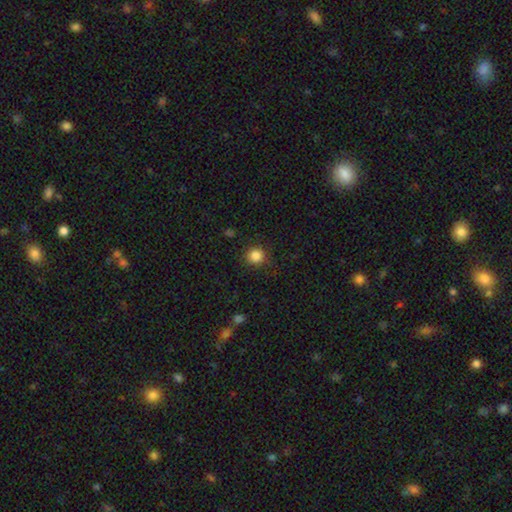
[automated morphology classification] Smooth or featured: smooth — 85% (star or artifact — 11%)
How rounded: round — 92% (in between — 7%)
Merging: none — 88% (minor disturbance — 8%)